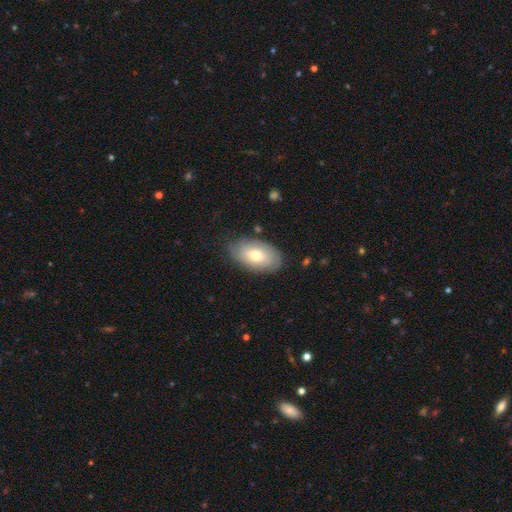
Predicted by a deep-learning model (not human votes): Overall: smooth (64%; featured or disk 29%). How rounded: in between (93%). Merging: none (80%).